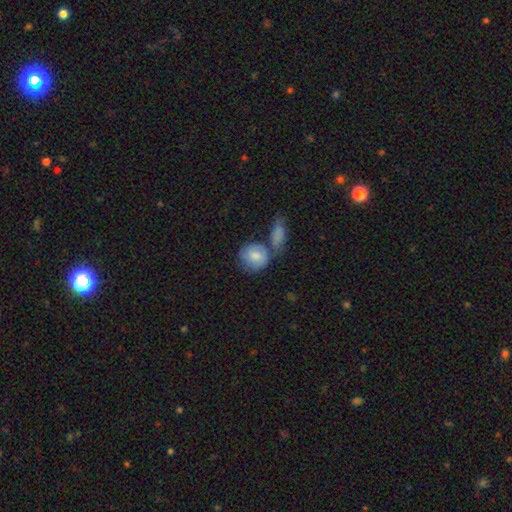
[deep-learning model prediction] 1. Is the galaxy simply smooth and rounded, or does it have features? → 77% smooth, 17% featured or disk, 6% star or artifact.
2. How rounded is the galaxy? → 74% round, 24% in between, 2% cigar-shaped.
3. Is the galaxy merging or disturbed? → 46% none, 32% merger, 15% minor disturbance, 6% major disturbance.